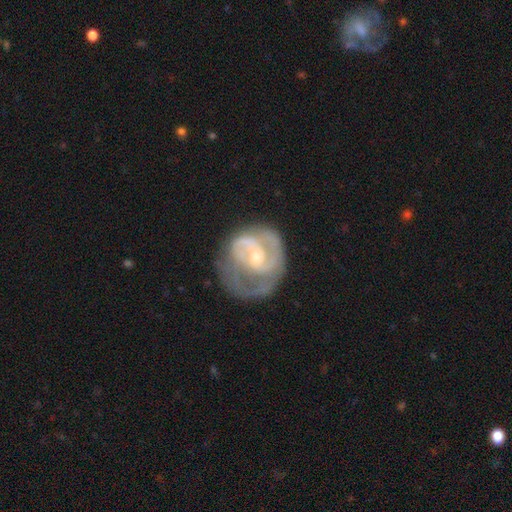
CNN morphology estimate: A featured or disk galaxy (80%) with no bar (53%), 2 (50%) tight (45%) spiral arms (88%) and a small central bulge (56%). Merging: none (47%).